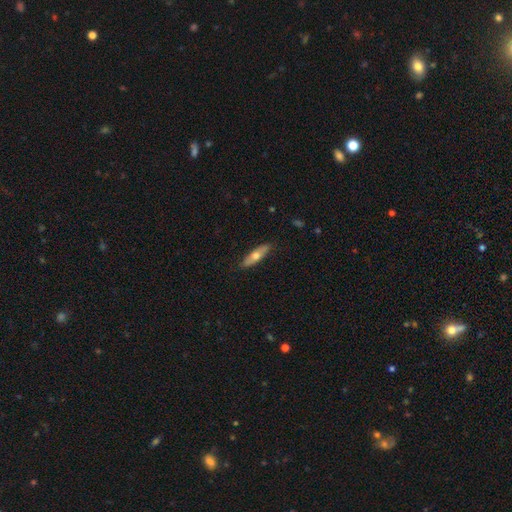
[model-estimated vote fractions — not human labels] Smooth or featured? smooth (56%)
How rounded? cigar-shaped (58%)
Merging? none (85%)